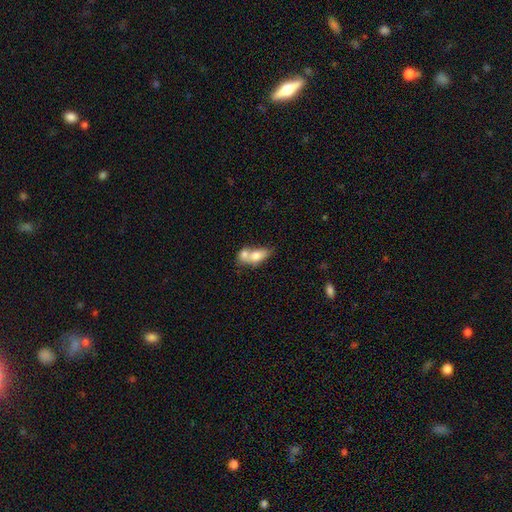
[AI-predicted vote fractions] smooth-or-featured: smooth: 68% | featured or disk: 25% | star or artifact: 7%
  how-rounded: in between: 76% | round: 14% | cigar-shaped: 10%
  merging: merger: 67% | none: 20% | minor disturbance: 8% | major disturbance: 5%